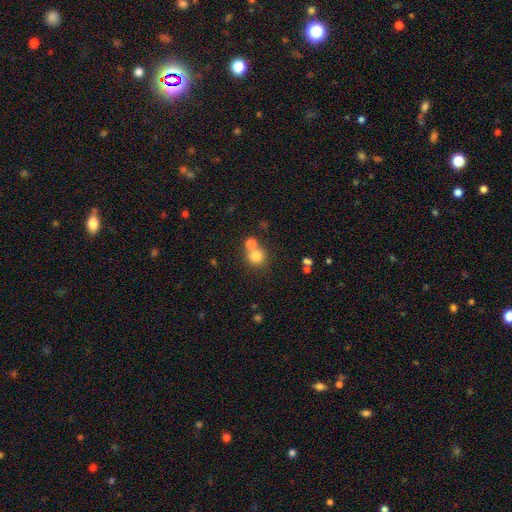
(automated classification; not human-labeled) Overall: smooth (78%). How rounded: round (89%). Merging: none (53%; merger 37%).